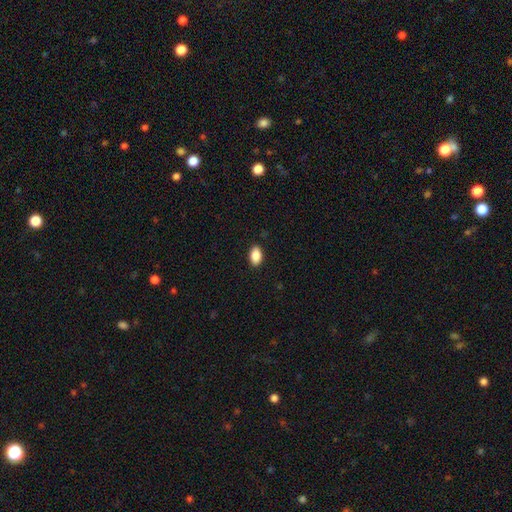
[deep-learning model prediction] Smooth or featured?
  - smooth: 89% *
  - star or artifact: 7%
  - featured or disk: 4%
How rounded?
  - in between: 92% *
  - round: 7%
  - cigar-shaped: 2%
Merging?
  - none: 89% *
  - minor disturbance: 8%
  - major disturbance: 2%
  - merger: 1%